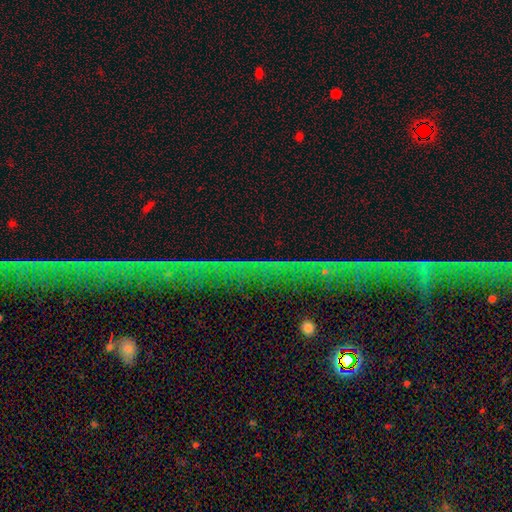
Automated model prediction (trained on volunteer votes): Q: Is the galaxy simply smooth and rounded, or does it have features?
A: star or artifact — 76%.